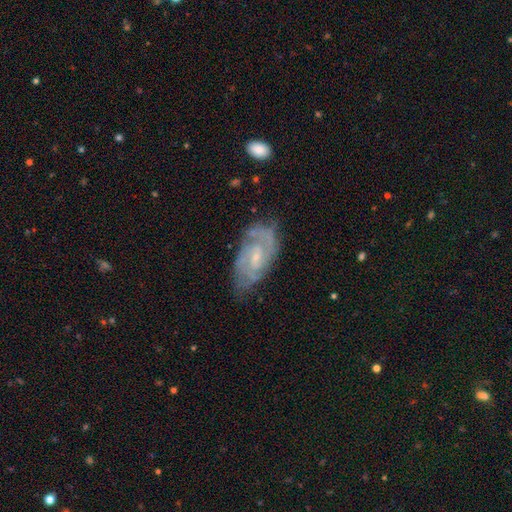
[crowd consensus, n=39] smooth-or-featured: featured or disk: 90% | smooth: 5% | star or artifact: 5%
  disk-edge-on: no: 97% | yes: 3%
    bar: no: 50% | weak: 44% | strong: 6%
    has-spiral-arms: yes: 97% | no: 3%
      spiral-winding: tight: 48% | medium: 42% | loose: 9%
      spiral-arm-count: 2: 61% | 3: 24% | can't tell: 15% | 1: 0% | 4: 0% | more than 4: 0%
    bulge-size: small: 79% | moderate: 18% | none: 3% | dominant: 0% | large: 0%
  merging: none: 62% | minor disturbance: 32% | major disturbance: 5% | merger: 0%